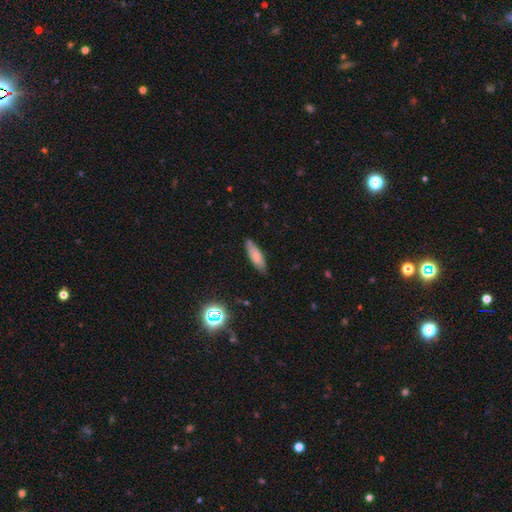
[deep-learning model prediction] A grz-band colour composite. It shows a smooth galaxy with no disk features (77%) that is cigar-shaped (50%). Merging: none (82%).